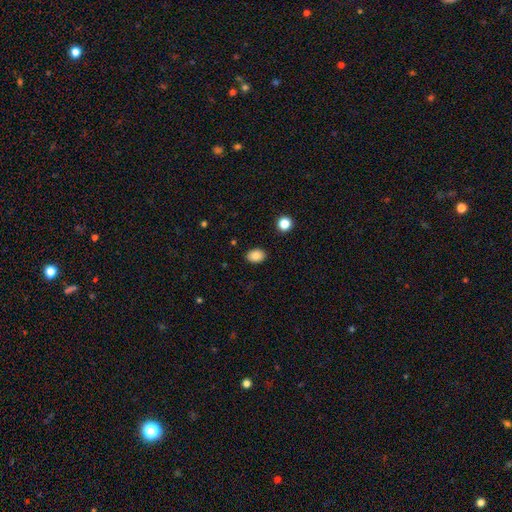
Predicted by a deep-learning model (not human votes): Smooth or featured? smooth (87%)
How rounded? in between (74%)
Merging? none (88%)